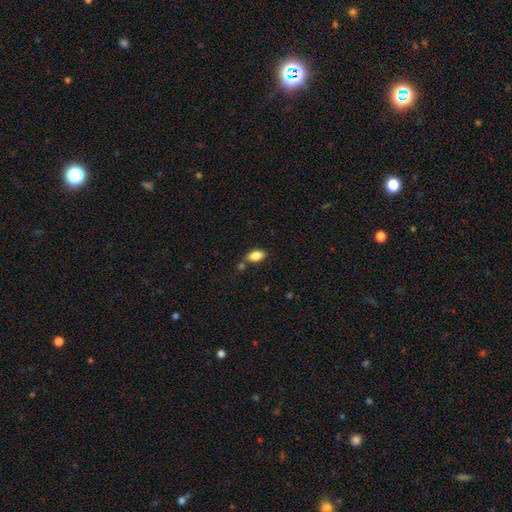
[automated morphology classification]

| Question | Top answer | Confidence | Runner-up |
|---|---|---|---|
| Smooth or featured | smooth | 82% | featured or disk (10%) |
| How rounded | in between | 90% | round (6%) |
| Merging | none | 62% | minor disturbance (19%) |